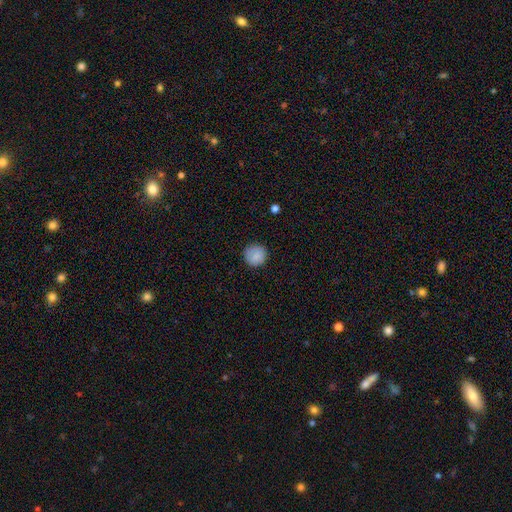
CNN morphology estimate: This appears to be a smooth galaxy with no disk features (87%) that is round (94%). Merging: none (86%).